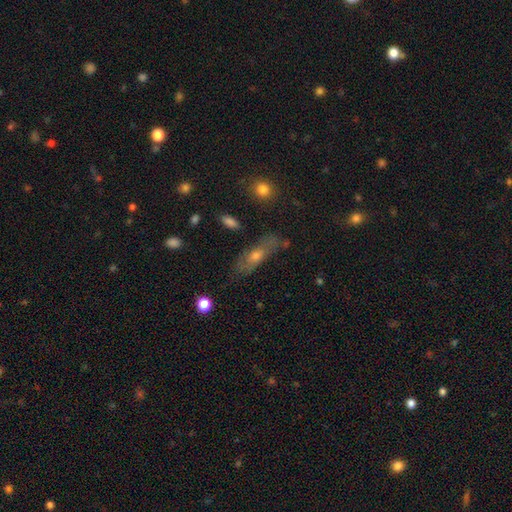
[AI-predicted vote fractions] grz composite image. It shows a smooth galaxy with no disk features (48%). Merging: none (63%).